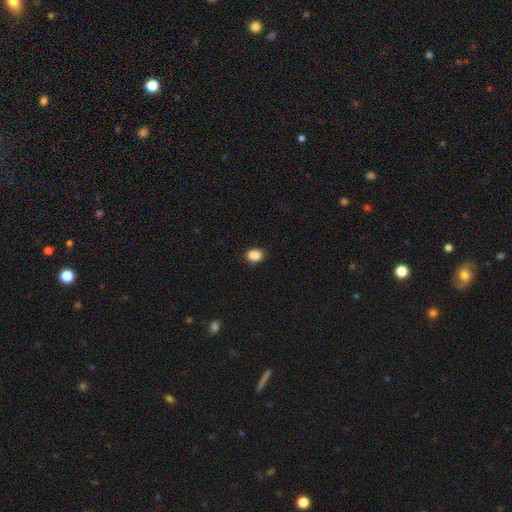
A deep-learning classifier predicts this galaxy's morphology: smooth-or-featured: smooth: 87% | star or artifact: 10% | featured or disk: 4%
  how-rounded: in between: 70% | round: 29% | cigar-shaped: 1%
  merging: none: 80% | minor disturbance: 15% | major disturbance: 3% | merger: 2%